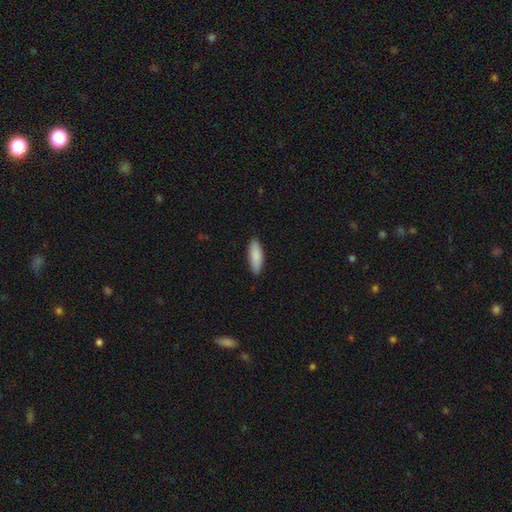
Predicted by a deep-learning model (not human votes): The model was most divided on "how rounded": in between: 63%, cigar-shaped: 36%, round: 2%. More confident: smooth or featured — smooth (89%); merging — none (88%).